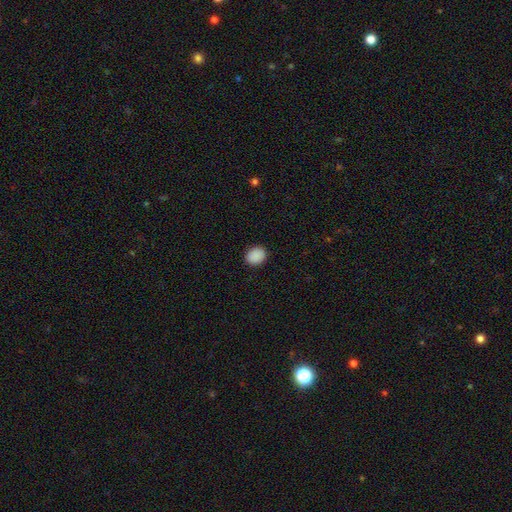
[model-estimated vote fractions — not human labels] Q: Smooth or featured?
A: smooth (90%); runner-up: star or artifact (8%)
Q: How rounded?
A: round (57%); runner-up: in between (43%)
Q: Merging?
A: none (90%); runner-up: minor disturbance (7%)